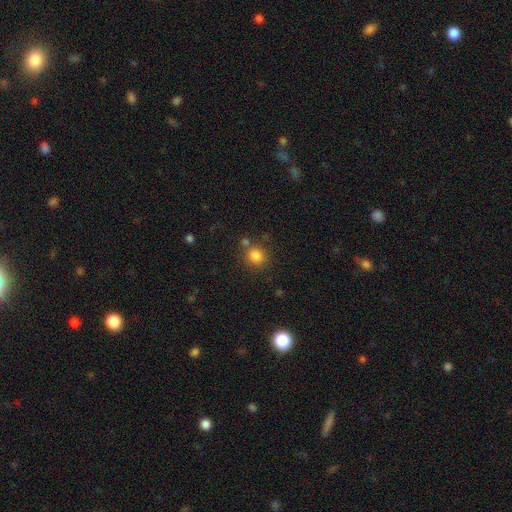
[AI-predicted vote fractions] Smooth or featured?
  - smooth: 82% *
  - star or artifact: 12%
  - featured or disk: 6%
How rounded?
  - round: 85% *
  - in between: 14%
  - cigar-shaped: 1%
Merging?
  - none: 74% *
  - merger: 12%
  - minor disturbance: 10%
  - major disturbance: 4%